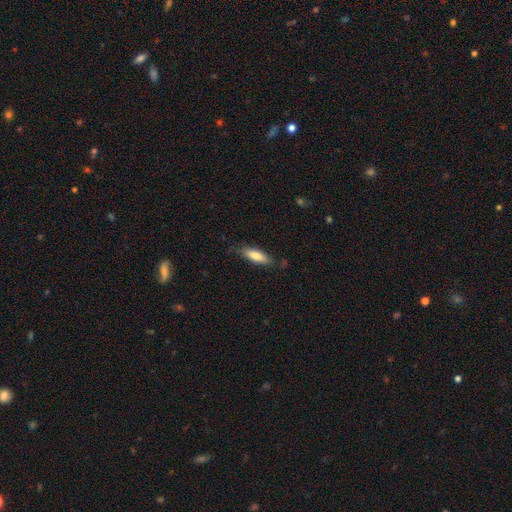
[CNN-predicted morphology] smooth_or_featured: smooth (p=0.77) [alt: featured or disk p=0.17]
how_rounded: in between (p=0.51) [alt: cigar-shaped p=0.47]
merging: none (p=0.76) [alt: minor disturbance p=0.18]